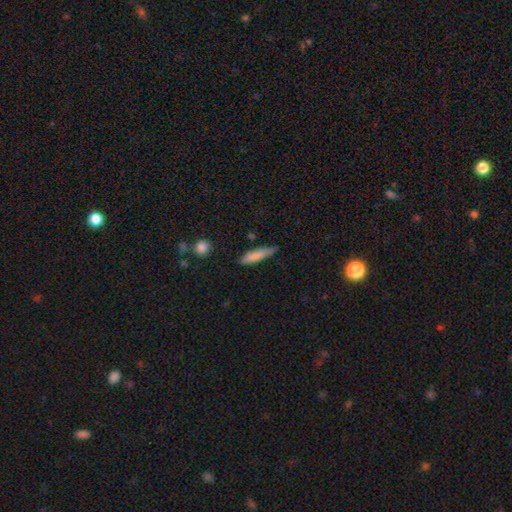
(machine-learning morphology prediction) Q: Smooth or featured?
A: smooth (80%); runner-up: featured or disk (14%)
Q: How rounded?
A: cigar-shaped (80%); runner-up: in between (18%)
Q: Merging?
A: none (71%); runner-up: minor disturbance (23%)